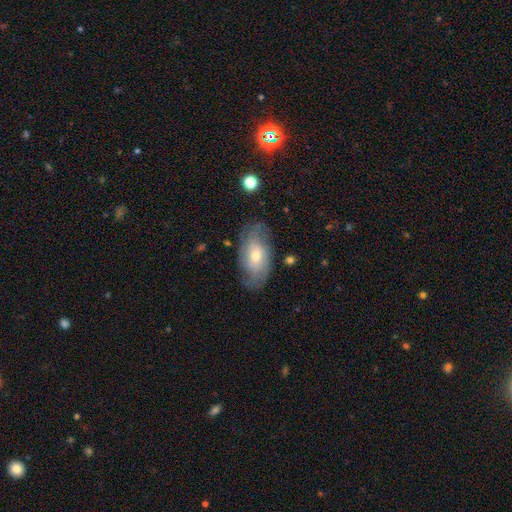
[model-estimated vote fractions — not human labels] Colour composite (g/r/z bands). It shows a featured or disk galaxy (59%) with no bar (70%), spiral arms (80%) and a small central bulge (48%). Merging: none (74%).